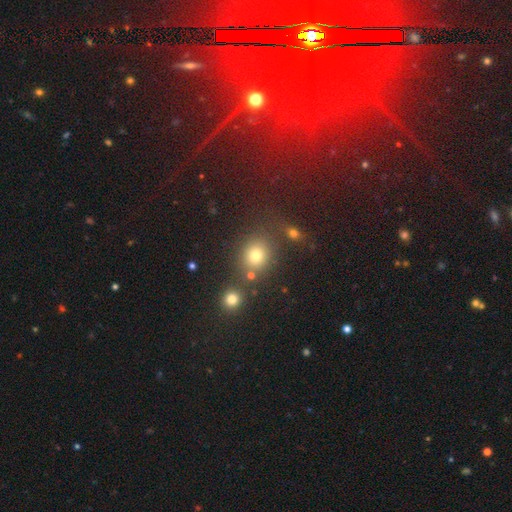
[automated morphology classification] Smooth or featured: smooth — 74% (star or artifact — 18%)
How rounded: round — 74% (in between — 25%)
Merging: none — 70% (merger — 14%)